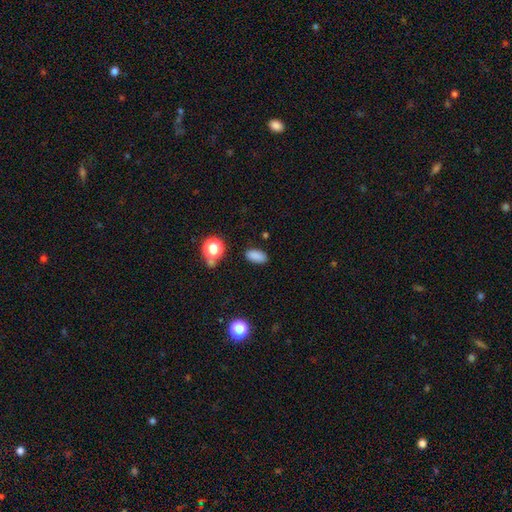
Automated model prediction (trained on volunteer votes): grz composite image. It shows a smooth galaxy with no disk features (84%) that is in between round and cigar-shaped (89%). Merging: none (85%).